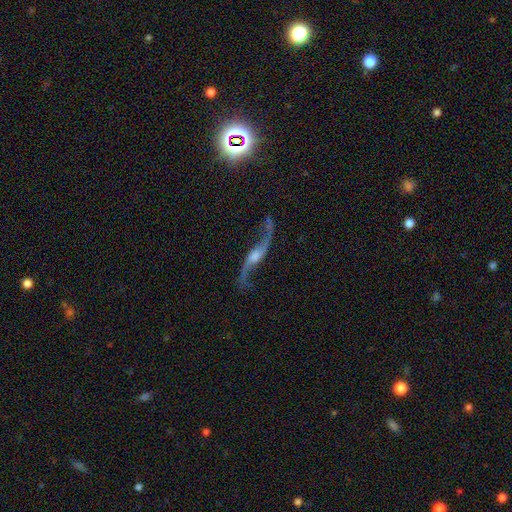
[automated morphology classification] A featured or disk galaxy (90%) with no bar (52%), 2 (94%) loose (93%) spiral arms (96%) and a moderate central bulge (46%).

Vote fractions:
- Smooth or featured? featured or disk: 90% / star or artifact: 6% / smooth: 4%
- Edge-on disk? no: 84% / yes: 16%
- Bar? no: 52% / weak: 34% / strong: 15%
- Spiral arms? yes: 96% / no: 4%
- Spiral winding? loose: 93% / medium: 5% / tight: 2%
- Spiral arm count? 2: 94% / 1: 2% / can't tell: 1% / 3: 1% / 4: 1% / more than 4: 1%
- Bulge size? moderate: 46% / small: 27% / large: 14% / none: 10% / dominant: 3%
- Merging? none: 76% / minor disturbance: 13% / major disturbance: 8% / merger: 3%